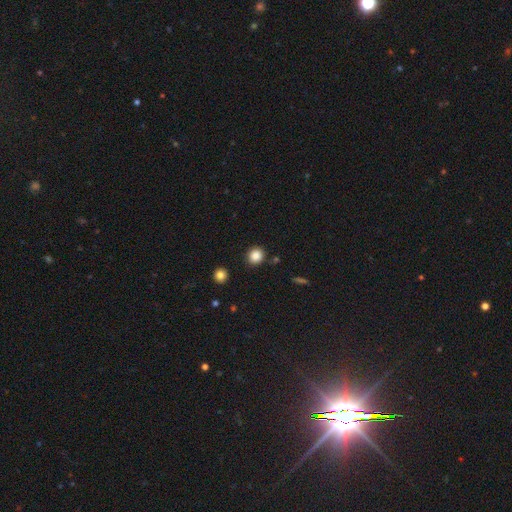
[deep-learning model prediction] This appears to be a smooth galaxy with no disk features (86%) that is round (85%). Merging: none (87%).